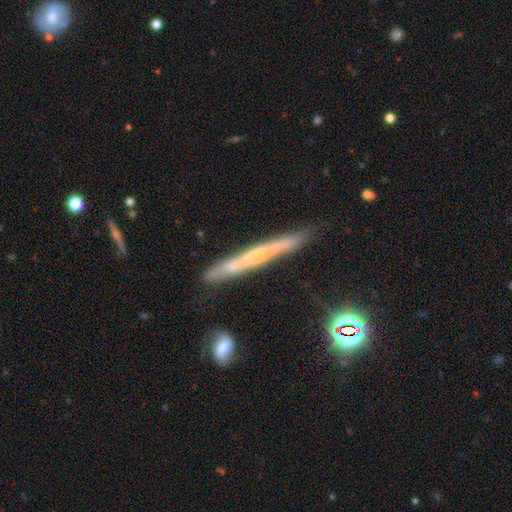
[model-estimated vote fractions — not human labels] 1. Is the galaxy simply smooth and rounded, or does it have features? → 55% featured or disk, 35% smooth, 10% star or artifact.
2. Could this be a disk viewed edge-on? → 94% yes, 6% no.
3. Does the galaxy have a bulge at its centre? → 71% none, 21% rounded, 8% boxy.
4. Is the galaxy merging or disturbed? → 83% none, 13% minor disturbance, 2% major disturbance, 2% merger.